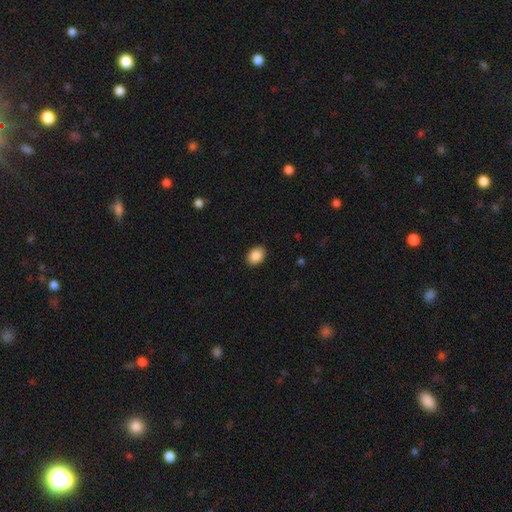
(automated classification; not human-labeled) smooth-or-featured: smooth: 88% | star or artifact: 8% | featured or disk: 4%
  how-rounded: in between: 66% | round: 33% | cigar-shaped: 1%
  merging: none: 89% | minor disturbance: 8% | major disturbance: 2% | merger: 1%